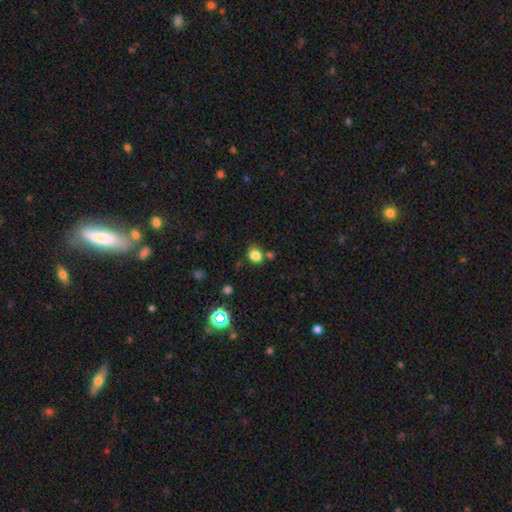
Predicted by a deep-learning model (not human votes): Overall: smooth (81%). How rounded: round (62%; in between 37%). Merging: none (71%).